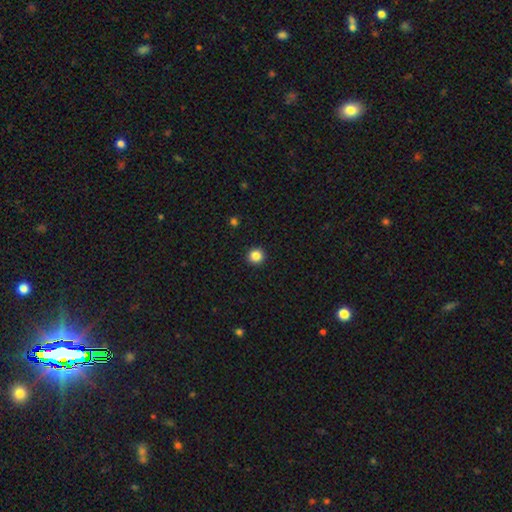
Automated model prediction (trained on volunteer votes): A smooth galaxy with no disk features (85%) that is round (95%).

Vote fractions:
- Smooth or featured? smooth: 85% / star or artifact: 11% / featured or disk: 4%
- How rounded? round: 95% / in between: 4% / cigar-shaped: 1%
- Merging? none: 94% / minor disturbance: 4% / major disturbance: 1% / merger: 1%